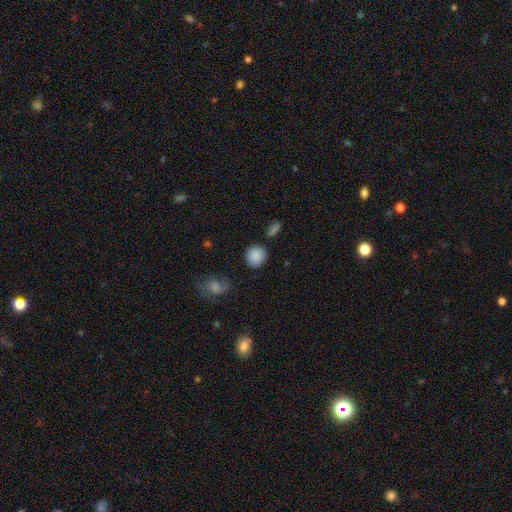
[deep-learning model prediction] Morphology: type=smooth (86%); roundness=round (85%); merging=none (82%).